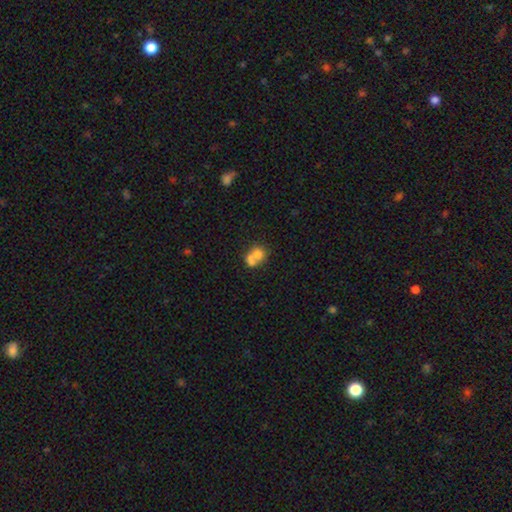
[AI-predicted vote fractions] Morphology: type=smooth (66%); roundness=round (66%); merging=merger (60%).